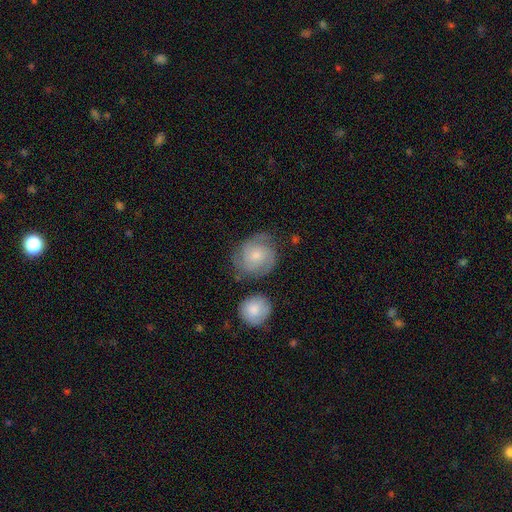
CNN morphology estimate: Smooth or featured?
  - featured or disk: 57% *
  - smooth: 36%
  - star or artifact: 7%
Edge-on disk?
  - no: 98% *
  - yes: 2%
Bar?
  - no: 74% *
  - weak: 23%
  - strong: 3%
Spiral arms?
  - yes: 91% *
  - no: 9%
Spiral winding?
  - tight: 53% *
  - medium: 36%
  - loose: 11%
Spiral arm count?
  - 2: 47% *
  - can't tell: 23%
  - 3: 17%
  - 4: 5%
  - 1: 4%
  - more than 4: 3%
Bulge size?
  - moderate: 46% *
  - small: 44%
  - large: 5%
  - none: 4%
  - dominant: 1%
Merging?
  - none: 66% *
  - minor disturbance: 20%
  - major disturbance: 8%
  - merger: 6%